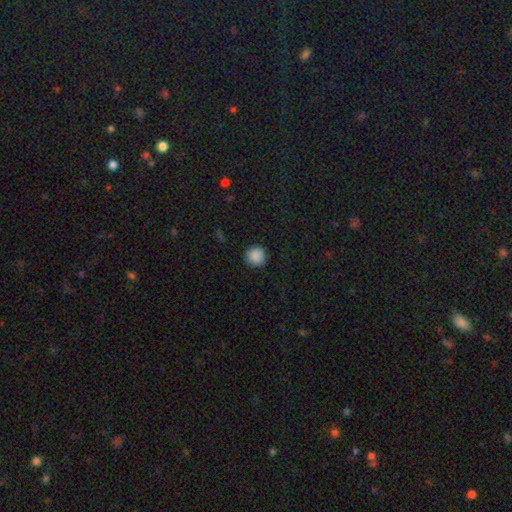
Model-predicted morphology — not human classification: Q: Smooth or featured?
A: smooth (88%); runner-up: star or artifact (9%)
Q: How rounded?
A: round (95%); runner-up: in between (4%)
Q: Merging?
A: none (91%); runner-up: minor disturbance (6%)